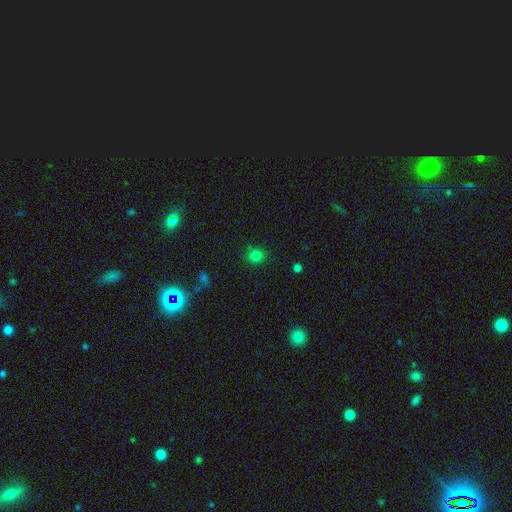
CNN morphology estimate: smooth 79%, star or artifact 17%, featured or disk 4%. Down the decision tree: how rounded — round (83%); merging — none (81%).